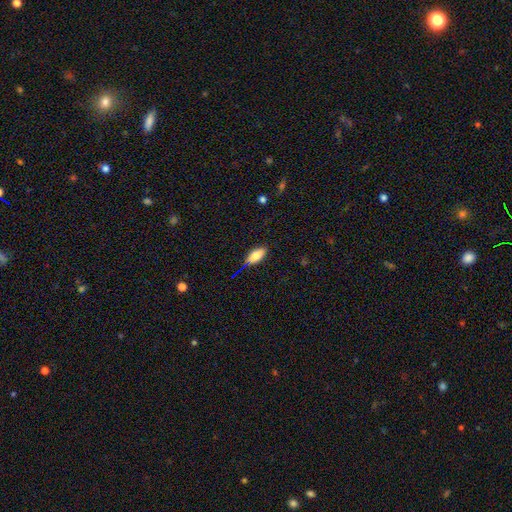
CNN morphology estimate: Smooth or featured? Predicted: smooth (p=0.71). How rounded? Predicted: in between (p=0.83). Merging? Predicted: none (p=0.72).